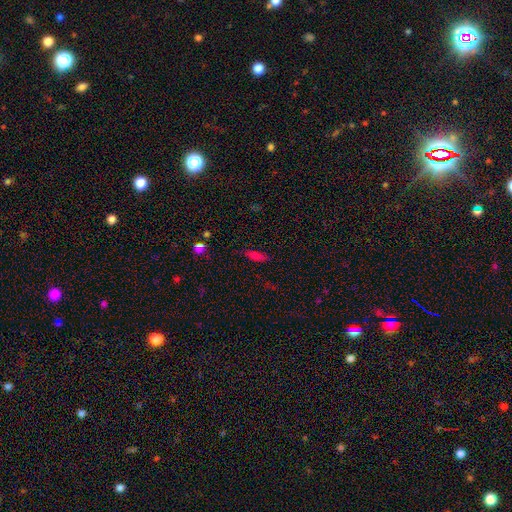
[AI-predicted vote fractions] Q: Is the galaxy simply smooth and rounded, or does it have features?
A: smooth — 70%.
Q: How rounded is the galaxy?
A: in between — 52%.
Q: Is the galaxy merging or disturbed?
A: none — 80%.